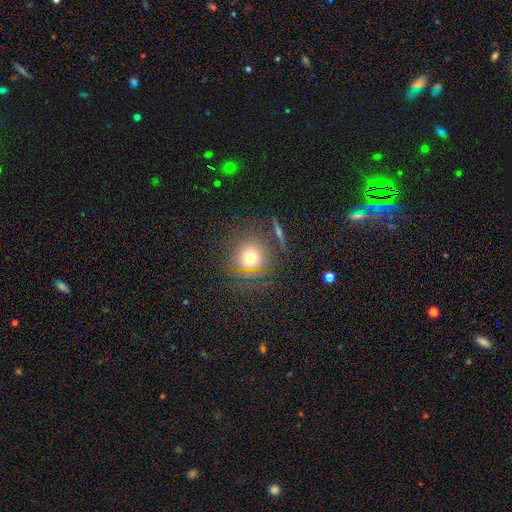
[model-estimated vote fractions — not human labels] Smooth or featured? Predicted: smooth (p=0.54). How rounded? Predicted: round (p=0.89). Merging? Predicted: none (p=0.81).